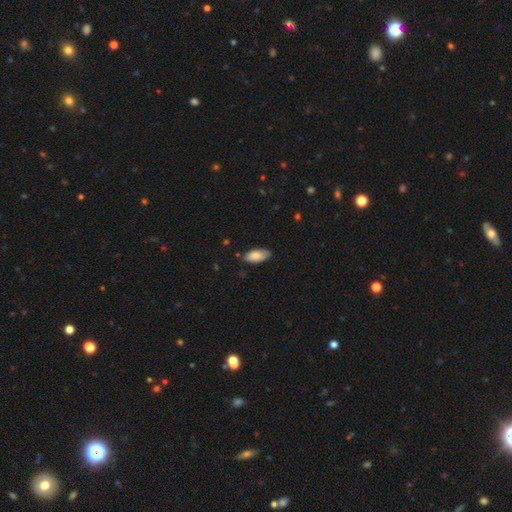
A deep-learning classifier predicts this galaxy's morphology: A smooth galaxy with no disk features (83%) that is in between round and cigar-shaped (90%). Merging: none (77%).